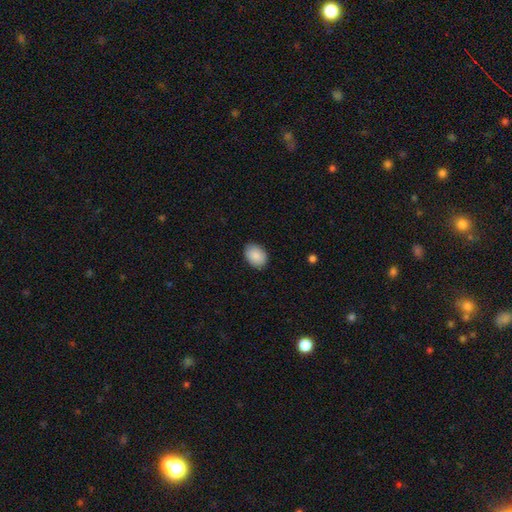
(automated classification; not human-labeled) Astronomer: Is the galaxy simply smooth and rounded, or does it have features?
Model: smooth — 89%.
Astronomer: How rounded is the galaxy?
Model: in between — 75%.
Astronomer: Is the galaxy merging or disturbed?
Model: none — 87%.